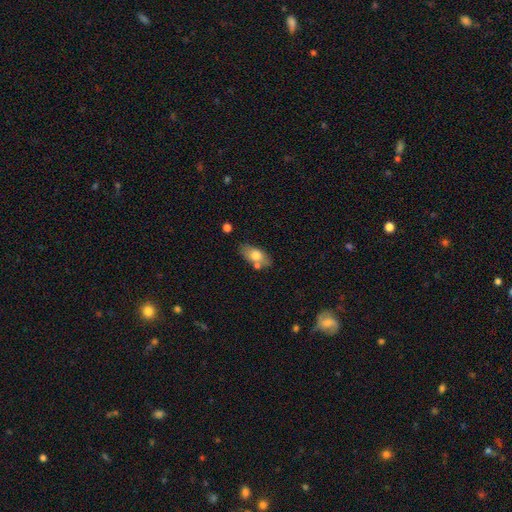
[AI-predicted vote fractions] Smooth or featured?
  - smooth: 72% *
  - featured or disk: 21%
  - star or artifact: 7%
How rounded?
  - in between: 89% *
  - cigar-shaped: 7%
  - round: 5%
Merging?
  - none: 68% *
  - minor disturbance: 16%
  - merger: 12%
  - major disturbance: 4%